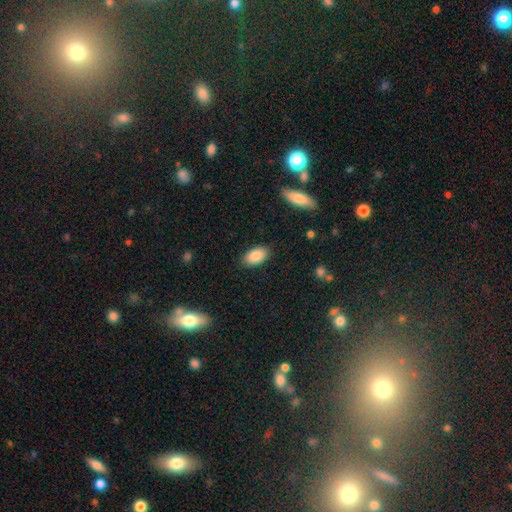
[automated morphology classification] Smooth or featured? Predicted: smooth (p=0.87). How rounded? Predicted: in between (p=0.93). Merging? Predicted: none (p=0.87).